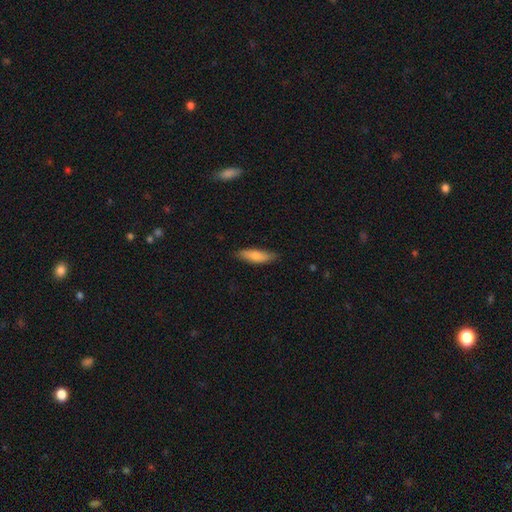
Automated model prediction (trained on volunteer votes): Q: Smooth or featured?
A: smooth (75%); runner-up: featured or disk (20%)
Q: How rounded?
A: cigar-shaped (57%); runner-up: in between (42%)
Q: Merging?
A: none (81%); runner-up: minor disturbance (15%)